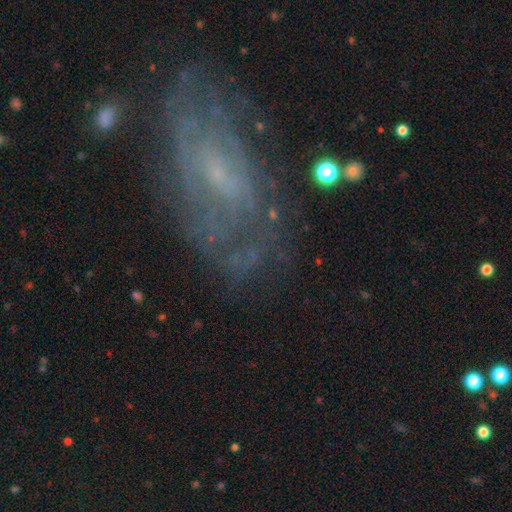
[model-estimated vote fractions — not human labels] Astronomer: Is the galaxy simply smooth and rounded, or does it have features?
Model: featured or disk — 68%.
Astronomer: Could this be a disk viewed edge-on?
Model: no — 94%.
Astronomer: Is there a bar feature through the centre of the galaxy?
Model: no — 56% (runner-up: weak, 34%).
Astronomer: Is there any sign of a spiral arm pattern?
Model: yes — 71%.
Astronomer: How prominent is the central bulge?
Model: small — 69%.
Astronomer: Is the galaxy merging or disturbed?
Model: none — 60%.